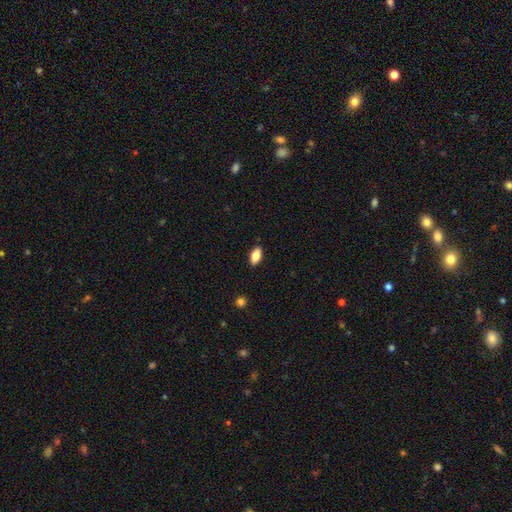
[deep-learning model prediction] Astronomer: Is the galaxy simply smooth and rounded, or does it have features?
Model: smooth — 81%.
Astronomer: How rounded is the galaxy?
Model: in between — 89%.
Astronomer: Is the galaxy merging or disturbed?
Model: none — 88%.